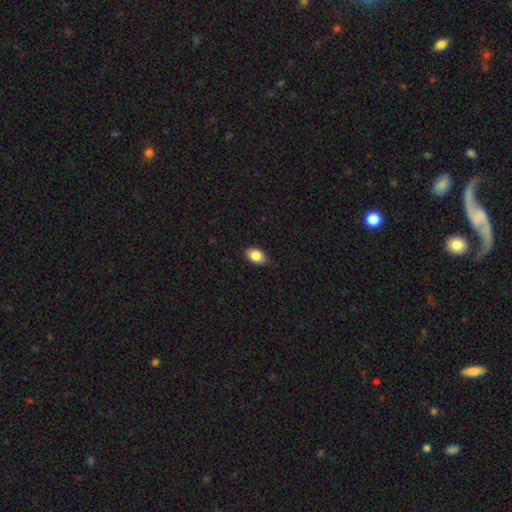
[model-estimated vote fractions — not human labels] Smooth or featured: smooth — 86% (star or artifact — 8%)
How rounded: in between — 87% (round — 11%)
Merging: none — 84% (minor disturbance — 13%)